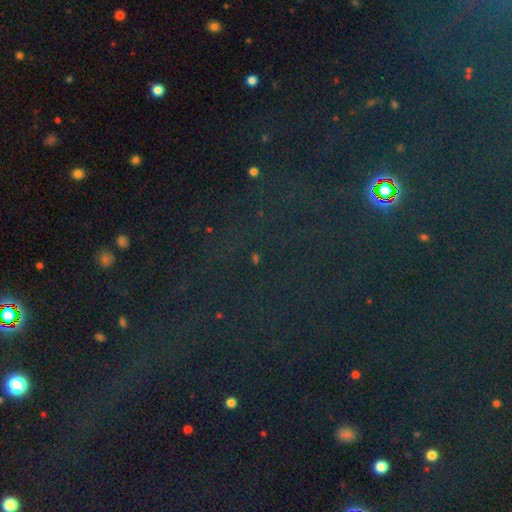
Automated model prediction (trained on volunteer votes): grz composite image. It shows a star or artifact, not a galaxy (79%).